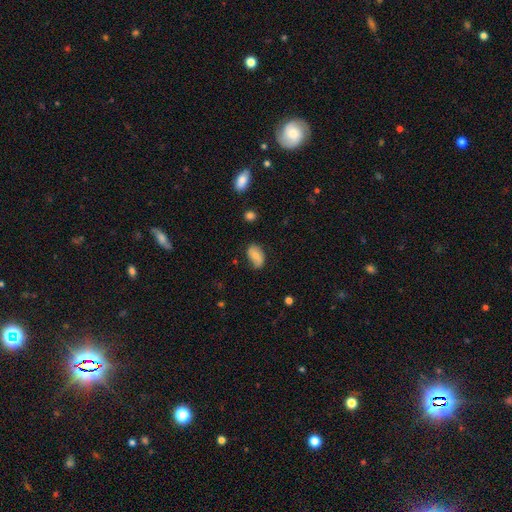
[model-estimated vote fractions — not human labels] smooth-or-featured: smooth: 70% | featured or disk: 22% | star or artifact: 8%
  how-rounded: in between: 91% | round: 7% | cigar-shaped: 2%
  merging: none: 65% | minor disturbance: 26% | major disturbance: 7% | merger: 2%